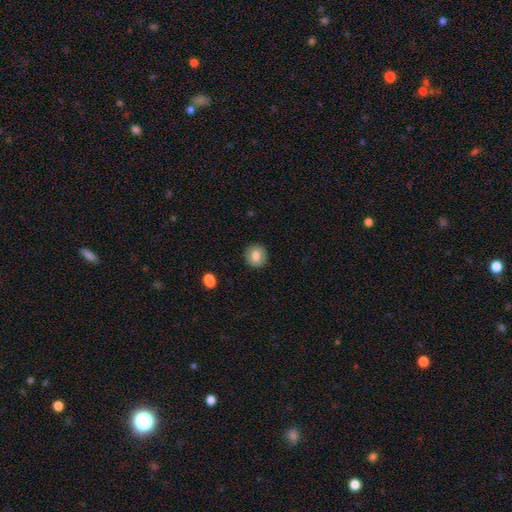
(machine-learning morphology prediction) smooth_or_featured: smooth (p=0.77) [alt: featured or disk p=0.15]
how_rounded: round (p=0.86) [alt: in between p=0.13]
merging: none (p=0.88) [alt: minor disturbance p=0.09]